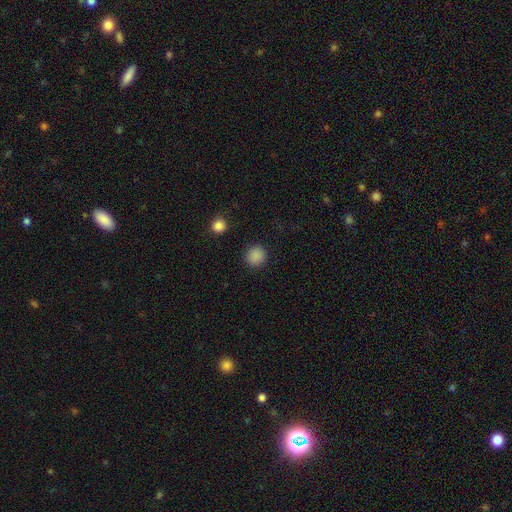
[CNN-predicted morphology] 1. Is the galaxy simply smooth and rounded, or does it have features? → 87% smooth, 10% star or artifact, 3% featured or disk.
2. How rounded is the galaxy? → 90% round, 9% in between, 1% cigar-shaped.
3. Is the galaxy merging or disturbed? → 90% none, 6% minor disturbance, 3% major disturbance, 1% merger.